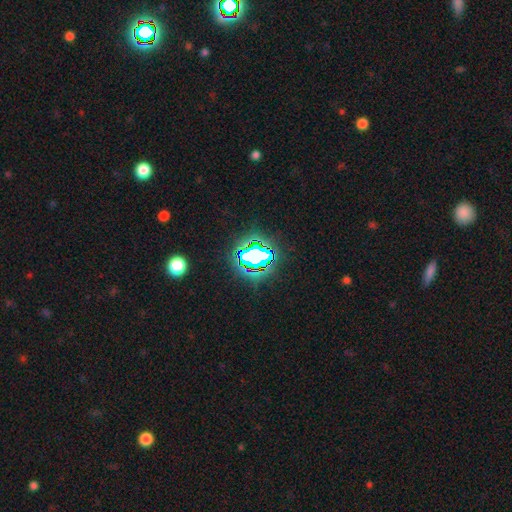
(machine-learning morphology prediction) smooth_or_featured: star or artifact (p=0.63) [alt: smooth p=0.22]